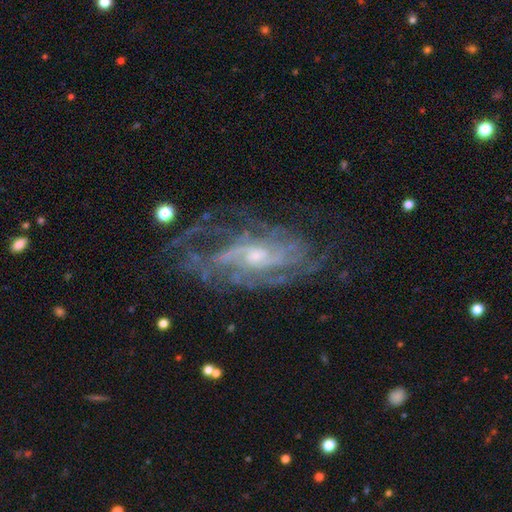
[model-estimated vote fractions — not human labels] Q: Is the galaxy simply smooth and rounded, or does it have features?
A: featured or disk — 85%.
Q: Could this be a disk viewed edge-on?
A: no — 93%.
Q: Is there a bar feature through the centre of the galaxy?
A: no — 57%.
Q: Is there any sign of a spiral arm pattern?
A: yes — 88%.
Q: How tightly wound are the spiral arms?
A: tight — 49%.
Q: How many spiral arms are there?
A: can't tell — 44%.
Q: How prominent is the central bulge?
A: small — 50%.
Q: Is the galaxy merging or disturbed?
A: none — 63%.